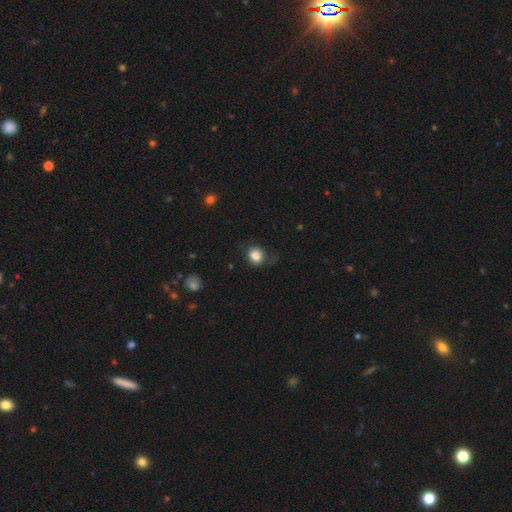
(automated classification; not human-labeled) smooth_or_featured: smooth (p=0.84) [alt: star or artifact p=0.10]
how_rounded: round (p=0.78) [alt: in between p=0.21]
merging: none (p=0.72) [alt: minor disturbance p=0.19]